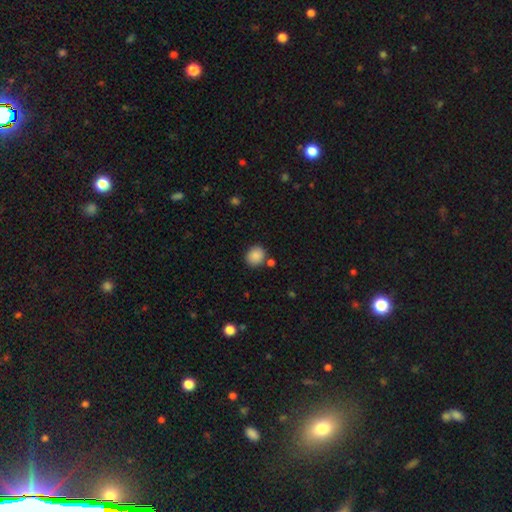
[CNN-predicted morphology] Smooth or featured: smooth — 88% (star or artifact — 8%)
How rounded: round — 68% (in between — 31%)
Merging: none — 79% (minor disturbance — 10%)